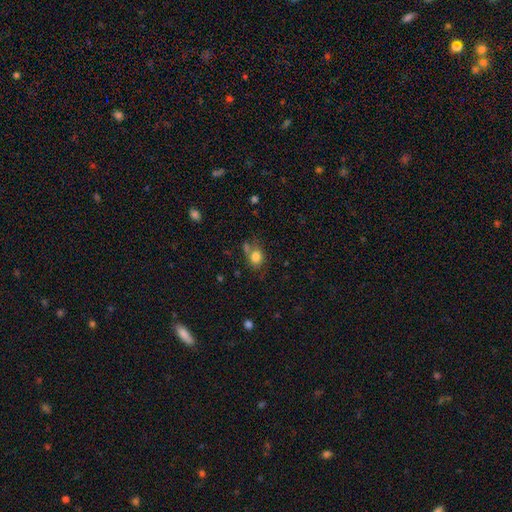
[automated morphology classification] A smooth galaxy with no disk features (80%) that is round (57%).

Vote fractions:
- Smooth or featured? smooth: 80% / star or artifact: 10% / featured or disk: 9%
- How rounded? round: 57% / in between: 42% / cigar-shaped: 1%
- Merging? none: 57% / minor disturbance: 19% / merger: 17% / major disturbance: 7%